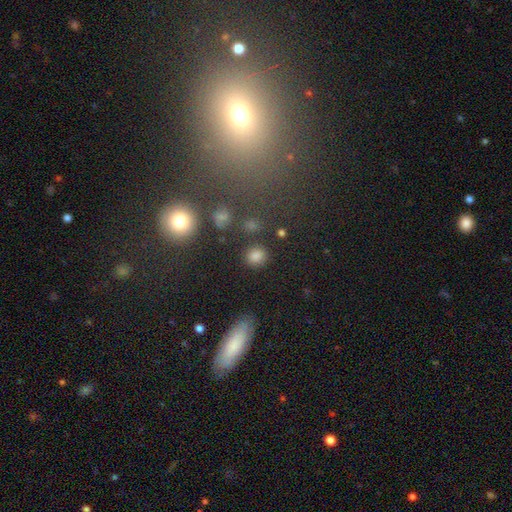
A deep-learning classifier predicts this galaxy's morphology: Smooth or featured? Predicted: smooth (p=0.79). How rounded? Predicted: round (p=0.81). Merging? Predicted: none (p=0.85).